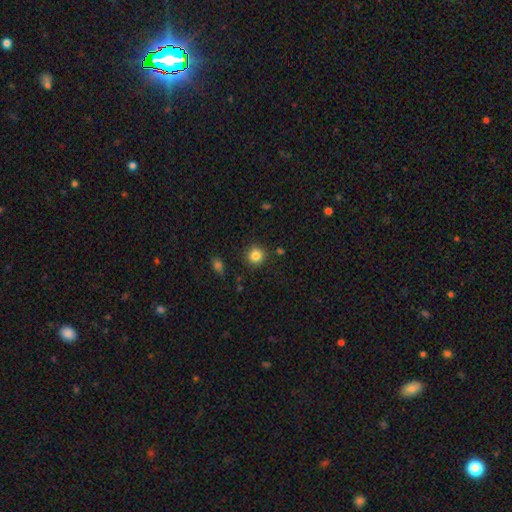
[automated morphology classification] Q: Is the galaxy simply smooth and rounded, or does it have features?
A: smooth — 84%.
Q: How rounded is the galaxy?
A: round — 91%.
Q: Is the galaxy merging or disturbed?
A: none — 88%.